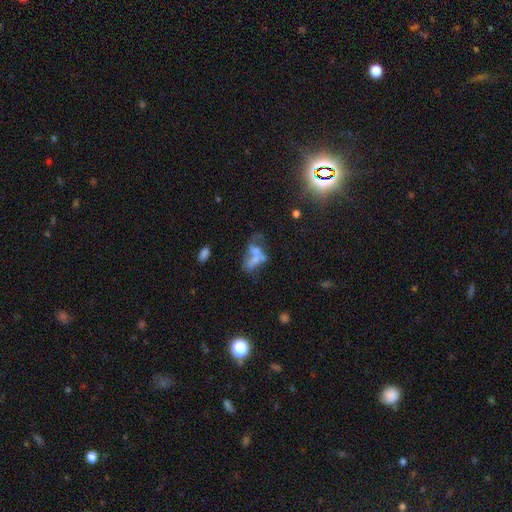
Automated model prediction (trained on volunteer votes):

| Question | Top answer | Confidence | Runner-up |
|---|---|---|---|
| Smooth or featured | featured or disk | 42% | smooth (41%) |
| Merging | merger | 48% | major disturbance (22%) |